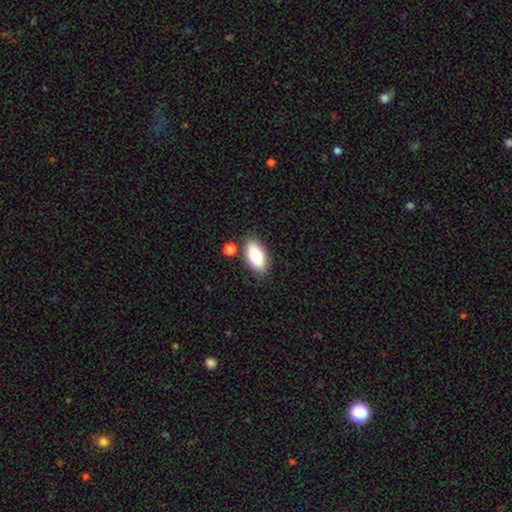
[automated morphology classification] smooth 79%, featured or disk 14%, star or artifact 7%. Down the decision tree: how rounded — in between (90%); merging — none (81%).